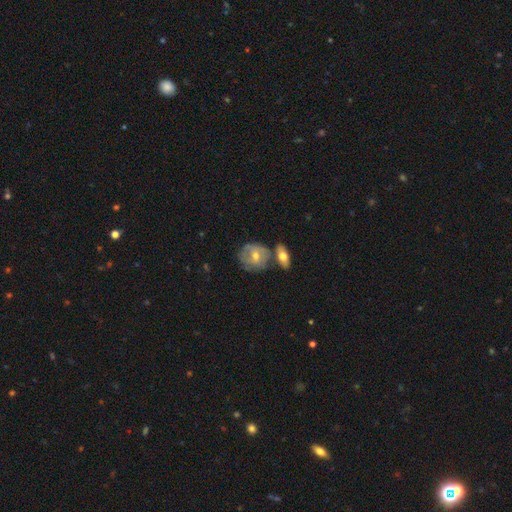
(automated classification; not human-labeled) A featured or disk galaxy (53%).

Vote fractions:
- Smooth or featured? featured or disk: 53% / smooth: 40% / star or artifact: 7%
- Edge-on disk? no: 93% / yes: 7%
- Merging? none: 53% / merger: 24% / minor disturbance: 17% / major disturbance: 5%